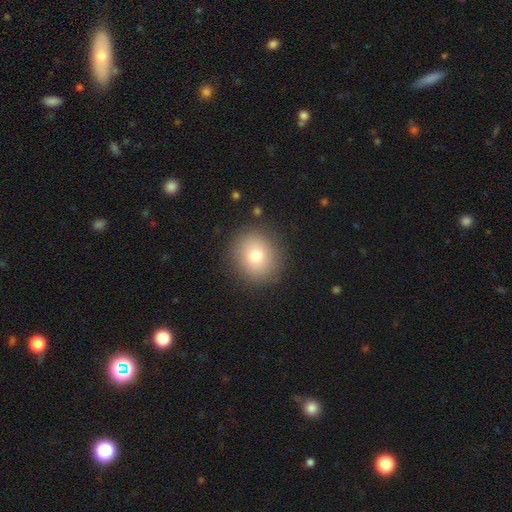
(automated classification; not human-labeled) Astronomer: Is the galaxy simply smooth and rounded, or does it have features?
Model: smooth — 77%.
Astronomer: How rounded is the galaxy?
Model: round — 82%.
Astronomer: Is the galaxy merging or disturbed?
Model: none — 88%.